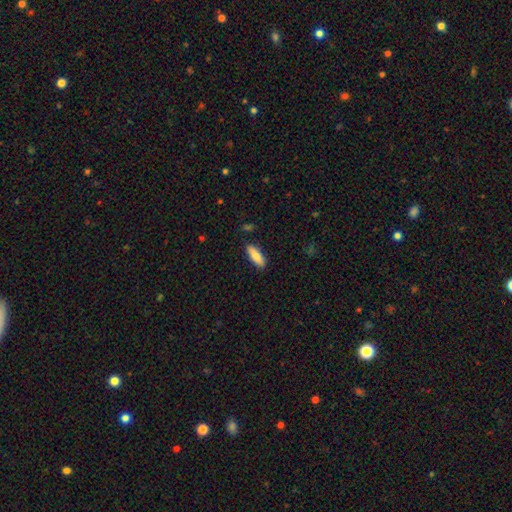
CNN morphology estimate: smooth_or_featured: smooth (p=0.84) [alt: featured or disk p=0.10]
how_rounded: in between (p=0.58) [alt: cigar-shaped p=0.40]
merging: none (p=0.87) [alt: minor disturbance p=0.09]